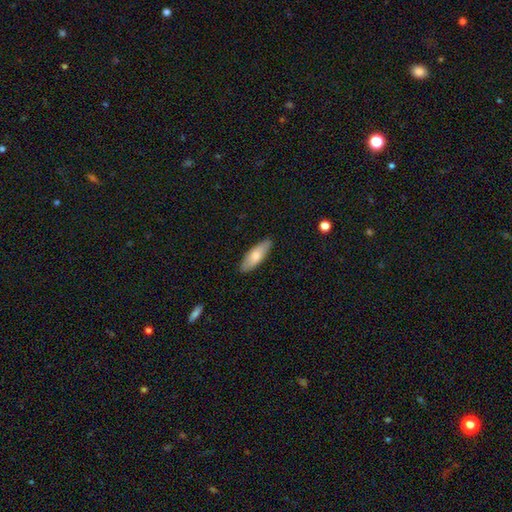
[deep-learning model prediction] The model was most divided on "how rounded": in between: 62%, cigar-shaped: 36%, round: 2%. More confident: merging — none (88%); smooth or featured — smooth (74%).